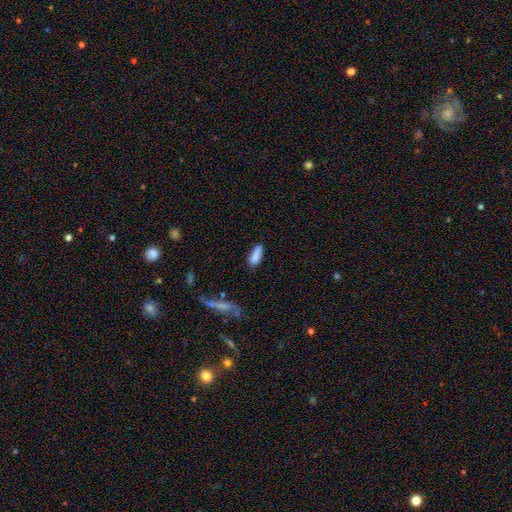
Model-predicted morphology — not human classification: smooth_or_featured: smooth (p=0.82) [alt: featured or disk p=0.10]
how_rounded: in between (p=0.60) [alt: cigar-shaped p=0.37]
merging: none (p=0.58) [alt: minor disturbance p=0.25]